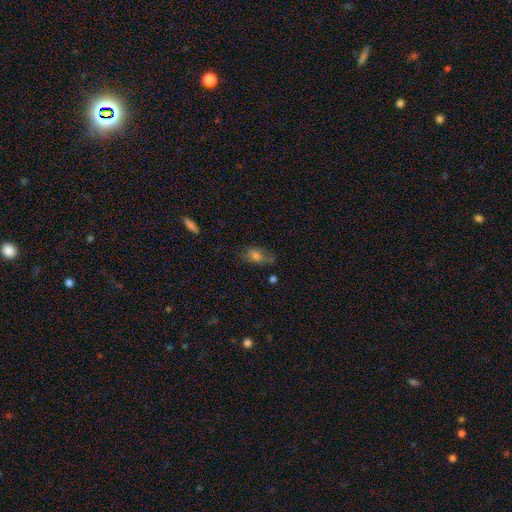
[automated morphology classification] A smooth galaxy with no disk features (67%) that is in between round and cigar-shaped (82%). Merging: none (62%).